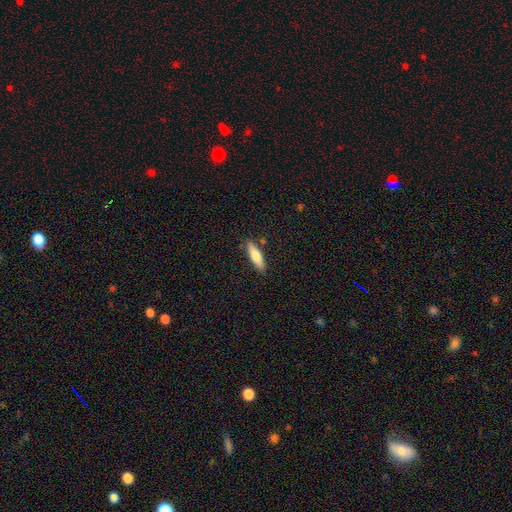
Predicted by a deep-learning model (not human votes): Q: Smooth or featured?
A: smooth (72%); runner-up: featured or disk (22%)
Q: How rounded?
A: cigar-shaped (62%); runner-up: in between (36%)
Q: Merging?
A: none (85%); runner-up: minor disturbance (11%)